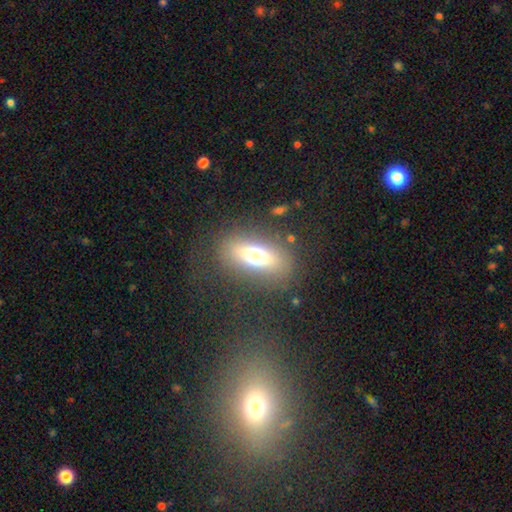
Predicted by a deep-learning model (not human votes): smooth-or-featured: smooth: 62% | featured or disk: 24% | star or artifact: 14%
  how-rounded: in between: 73% | cigar-shaped: 14% | round: 13%
  merging: none: 80% | minor disturbance: 11% | major disturbance: 7% | merger: 2%